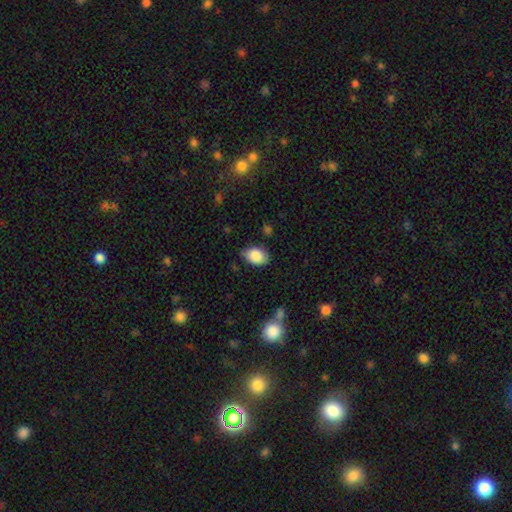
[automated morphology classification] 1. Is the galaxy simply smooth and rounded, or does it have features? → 87% smooth, 7% star or artifact, 6% featured or disk.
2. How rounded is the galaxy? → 86% in between, 13% round, 1% cigar-shaped.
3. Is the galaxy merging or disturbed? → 77% none, 18% minor disturbance, 3% major disturbance, 2% merger.